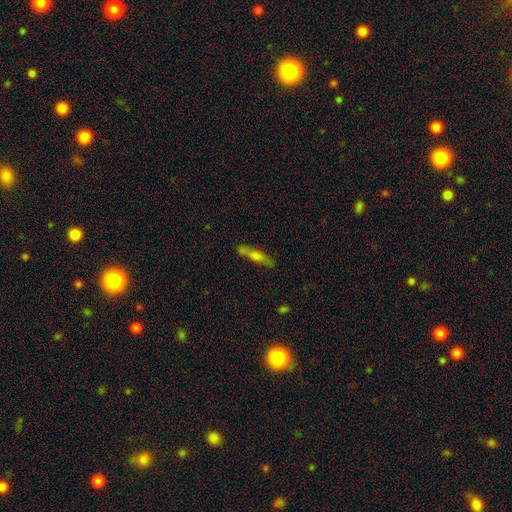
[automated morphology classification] featured or disk 49%, smooth 40%, star or artifact 12%. Down the decision tree: merging — none (79%).